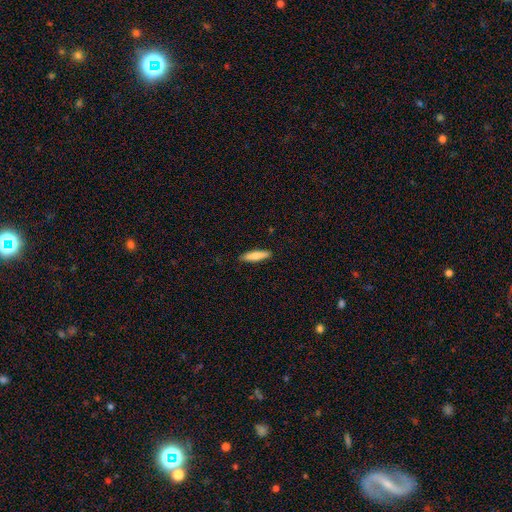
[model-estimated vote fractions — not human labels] smooth 81%, featured or disk 13%, star or artifact 6%. Down the decision tree: how rounded — cigar-shaped (76%); merging — none (89%).